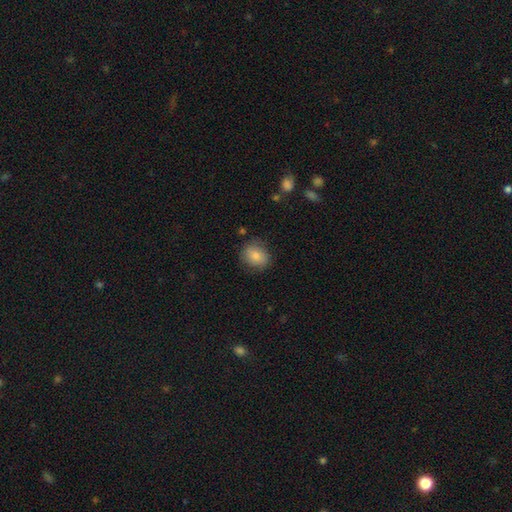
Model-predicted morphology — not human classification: smooth 82%, featured or disk 10%, star or artifact 8%. Down the decision tree: how rounded — round (61%); merging — none (79%).